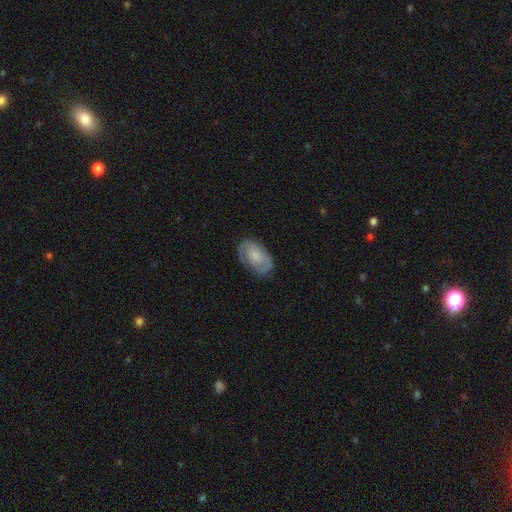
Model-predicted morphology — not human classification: type=featured or disk (47%, tied with smooth); merging=none (71%).